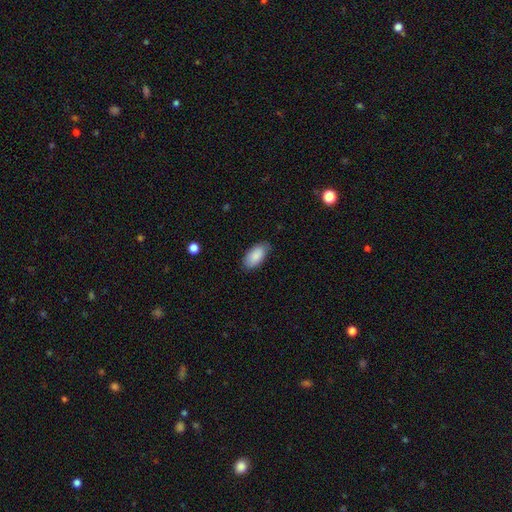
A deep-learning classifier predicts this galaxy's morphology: Q: Smooth or featured?
A: smooth (88%); runner-up: star or artifact (6%)
Q: How rounded?
A: in between (95%); runner-up: cigar-shaped (3%)
Q: Merging?
A: none (79%); runner-up: minor disturbance (17%)